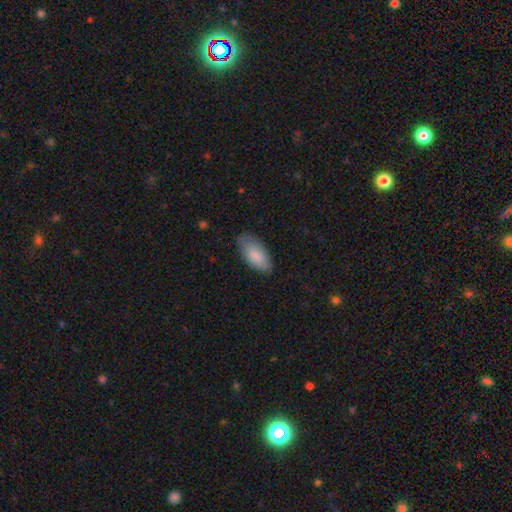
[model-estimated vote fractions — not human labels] This appears to be a smooth galaxy with no disk features (85%) that is in between round and cigar-shaped (91%). Merging: none (75%).